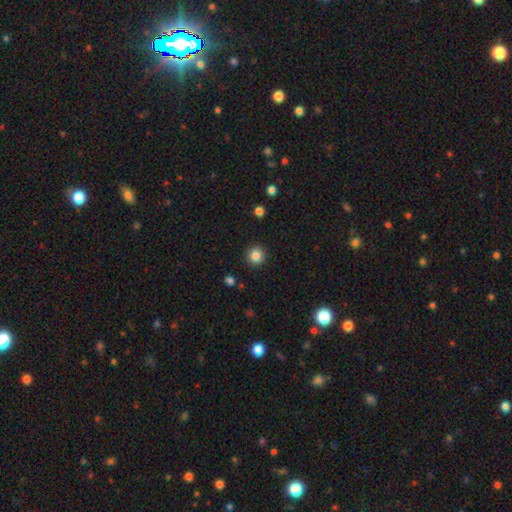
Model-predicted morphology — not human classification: The model was most divided on "smooth or featured": smooth: 84%, star or artifact: 11%, featured or disk: 5%. More confident: how rounded — round (95%); merging — none (92%).